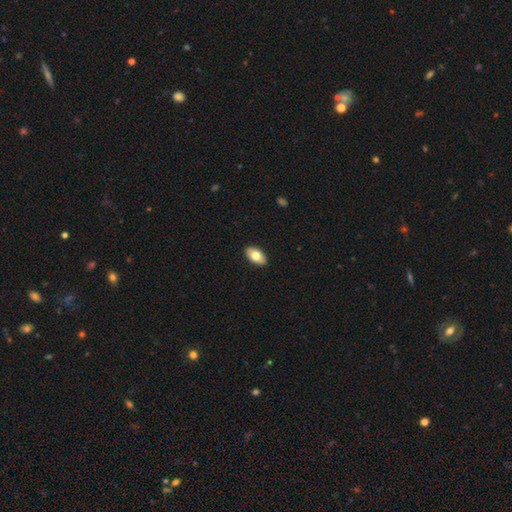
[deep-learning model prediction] Overall: smooth (75%). How rounded: in between (94%). Merging: none (90%).